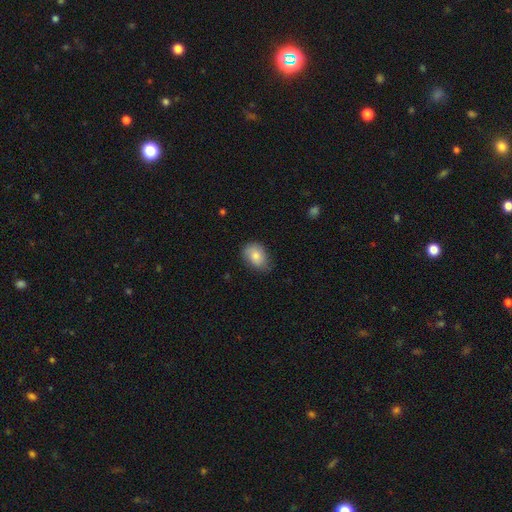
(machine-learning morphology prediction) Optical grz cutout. It shows a smooth galaxy with no disk features (80%) that is in between round and cigar-shaped (77%). Merging: none (69%).